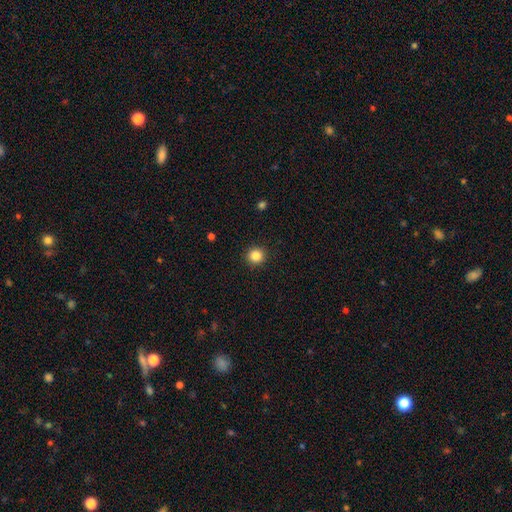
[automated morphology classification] A smooth galaxy with no disk features (85%) that is round (93%). Merging: none (93%).